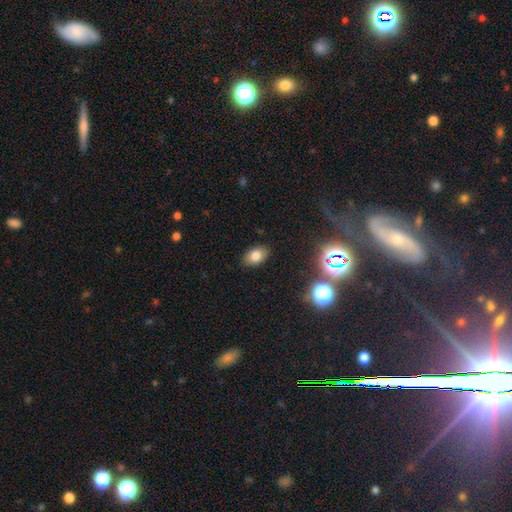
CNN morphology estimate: This is likely a smooth galaxy (77%). How rounded: clearly in between (86%). Merging: clearly none (87%).